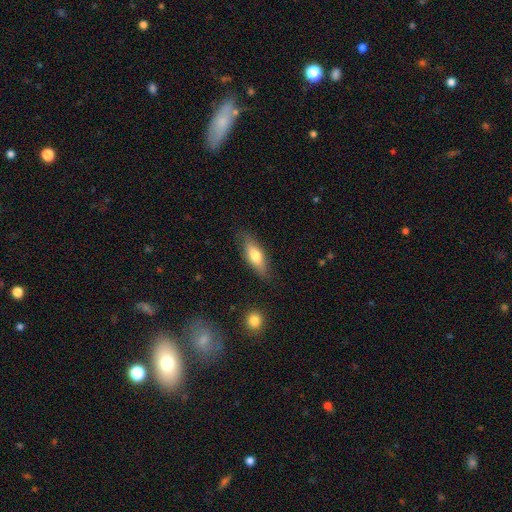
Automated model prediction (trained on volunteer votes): Smooth or featured?
  - smooth: 66% *
  - featured or disk: 28%
  - star or artifact: 6%
How rounded?
  - in between: 59% *
  - cigar-shaped: 38%
  - round: 3%
Merging?
  - none: 83% *
  - minor disturbance: 13%
  - major disturbance: 3%
  - merger: 2%